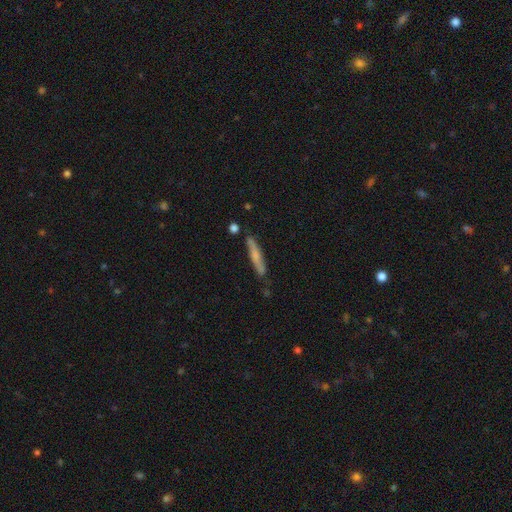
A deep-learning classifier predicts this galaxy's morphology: A smooth galaxy with no disk features (56%) that is cigar-shaped (93%).

Vote fractions:
- Smooth or featured? smooth: 56% / featured or disk: 37% / star or artifact: 7%
- How rounded? cigar-shaped: 93% / in between: 5% / round: 2%
- Merging? none: 79% / minor disturbance: 15% / merger: 4% / major disturbance: 3%